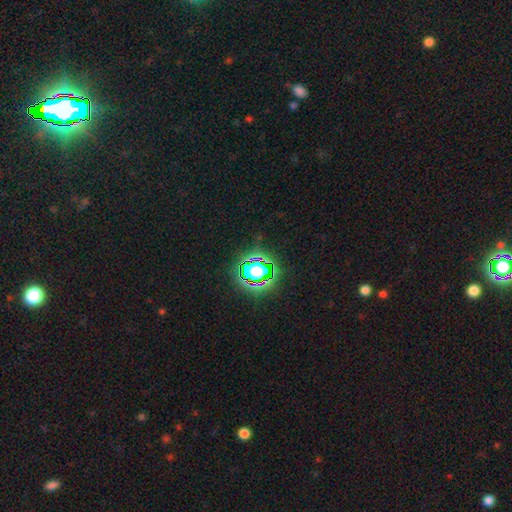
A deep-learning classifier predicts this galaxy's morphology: type=star or artifact (81%).